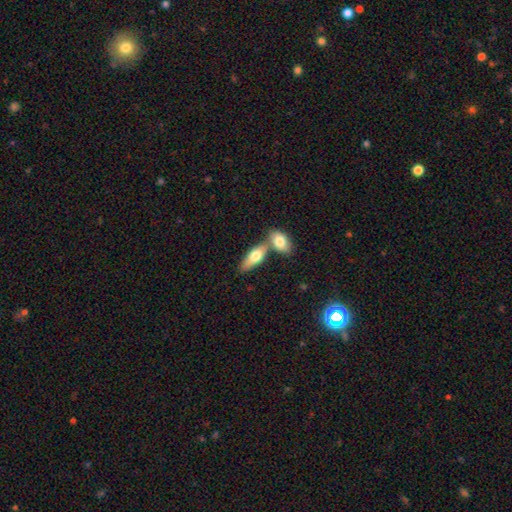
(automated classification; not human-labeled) smooth 69%, featured or disk 25%, star or artifact 5%. Down the decision tree: how rounded — in between (74%); merging — merger (50%).